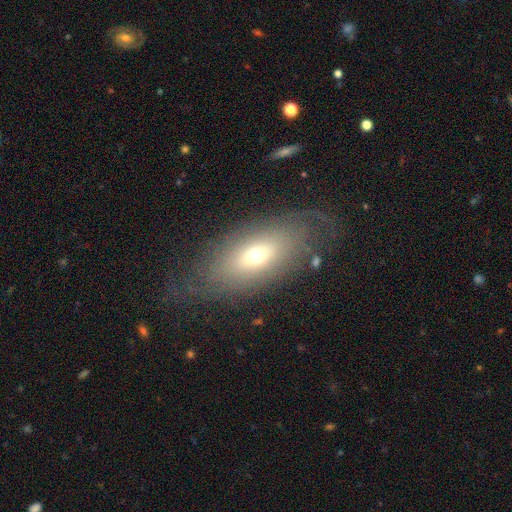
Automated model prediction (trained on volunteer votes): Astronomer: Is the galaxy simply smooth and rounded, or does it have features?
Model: smooth — 47% (runner-up: featured or disk, 42%).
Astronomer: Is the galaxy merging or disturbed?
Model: none — 66%.